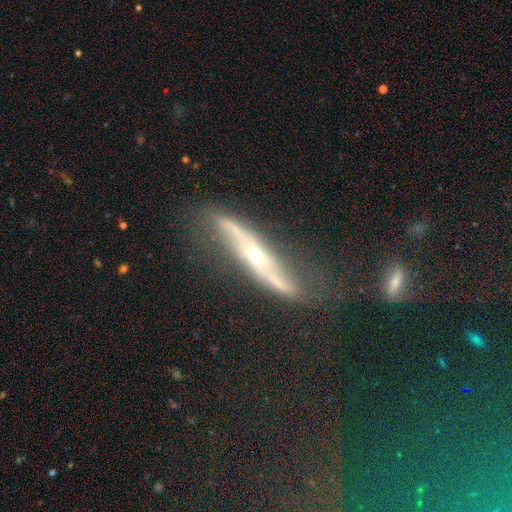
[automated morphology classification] featured or disk 77%, smooth 16%, star or artifact 7%. Down the decision tree: edge-on disk — no (54%); merging — none (56%).